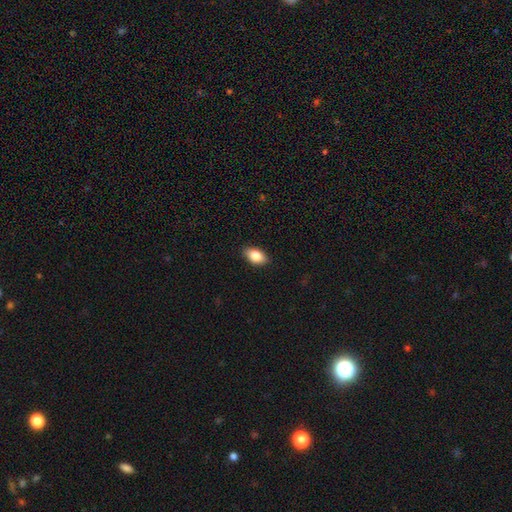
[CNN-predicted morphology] This appears to be a smooth galaxy with no disk features (85%) that is in between round and cigar-shaped (91%). Merging: none (88%).